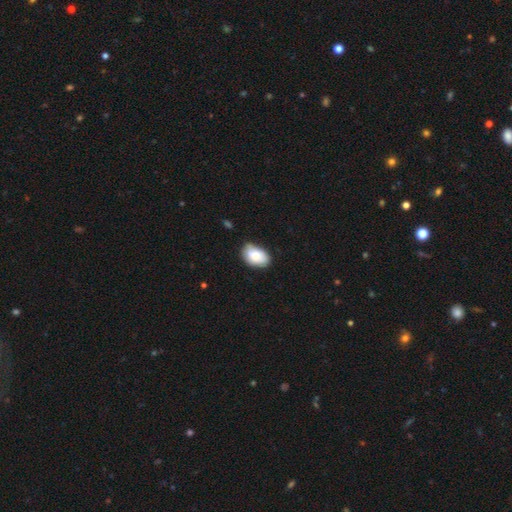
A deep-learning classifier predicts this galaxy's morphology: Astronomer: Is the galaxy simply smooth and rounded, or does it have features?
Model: smooth — 83%.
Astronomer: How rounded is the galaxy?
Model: in between — 90%.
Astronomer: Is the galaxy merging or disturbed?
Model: none — 68%.